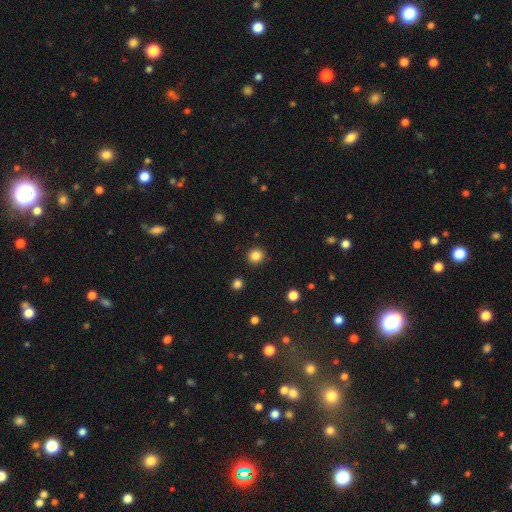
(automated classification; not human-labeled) Smooth or featured: smooth — 85% (star or artifact — 12%)
How rounded: round — 92% (in between — 7%)
Merging: none — 91% (minor disturbance — 5%)